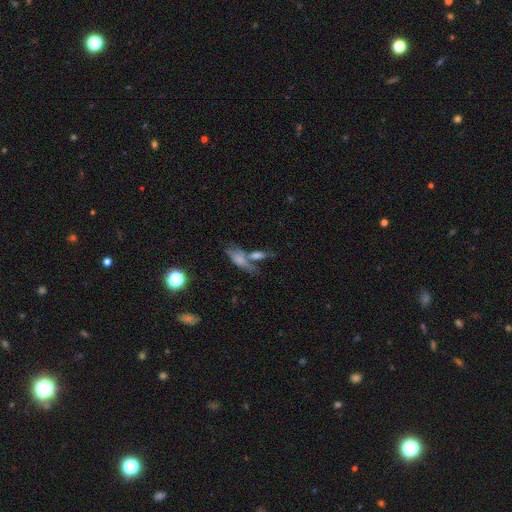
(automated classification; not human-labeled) smooth 52%, featured or disk 33%, star or artifact 15%. Down the decision tree: how rounded — in between (54%); merging — merger (40%, tied with none).